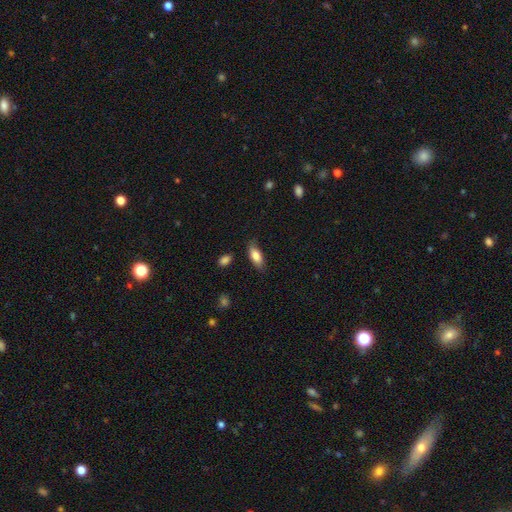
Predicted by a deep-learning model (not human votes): Smooth or featured? Predicted: smooth (p=0.82). How rounded? Predicted: in between (p=0.80). Merging? Predicted: none (p=0.76).